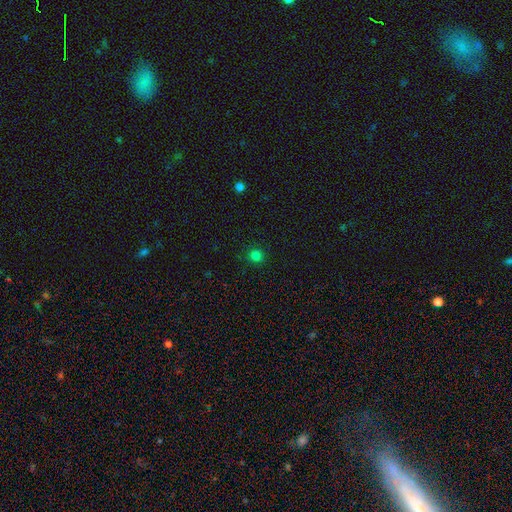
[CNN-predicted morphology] A smooth galaxy with no disk features (80%) that is round (94%). Merging: none (92%).